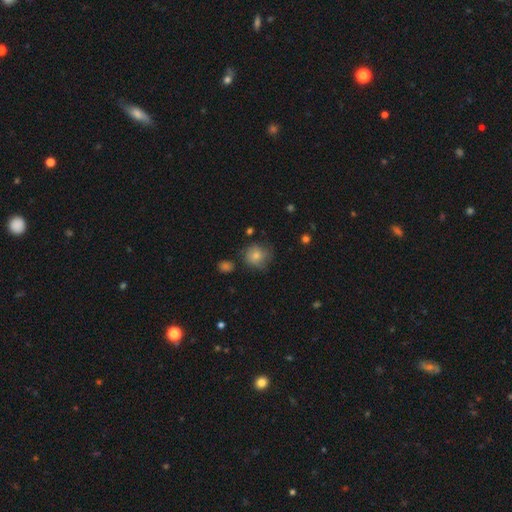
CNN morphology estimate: This appears to be a smooth galaxy with no disk features (74%) that is round (85%). Merging: none (64%).